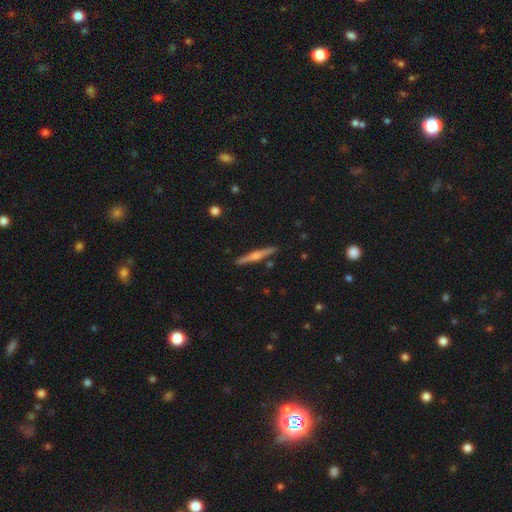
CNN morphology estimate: Q: Smooth or featured?
A: featured or disk (73%); runner-up: smooth (20%)
Q: Edge-on disk?
A: yes (98%); runner-up: no (2%)
Q: Edge-on bulge?
A: rounded (85%); runner-up: none (8%)
Q: Merging?
A: none (91%); runner-up: minor disturbance (7%)